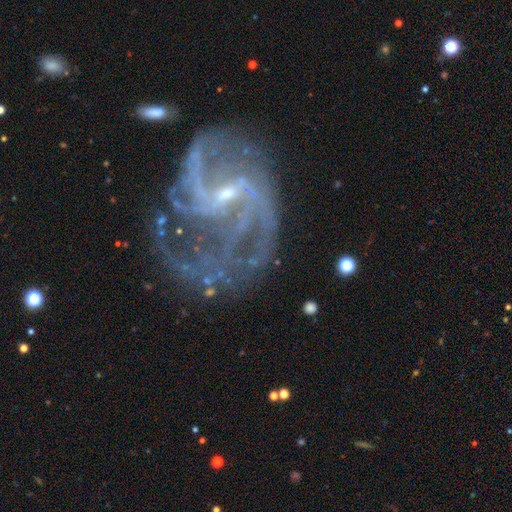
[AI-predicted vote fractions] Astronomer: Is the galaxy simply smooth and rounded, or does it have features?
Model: featured or disk — 90%.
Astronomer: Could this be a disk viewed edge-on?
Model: no — 98%.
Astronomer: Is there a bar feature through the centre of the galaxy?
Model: weak — 54%.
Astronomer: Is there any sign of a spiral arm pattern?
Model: yes — 95%.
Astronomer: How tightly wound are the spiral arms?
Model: medium — 46% (runner-up: loose, 36%).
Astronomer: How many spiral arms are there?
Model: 2 — 38% (runner-up: can't tell, 19%).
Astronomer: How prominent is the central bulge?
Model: small — 77%.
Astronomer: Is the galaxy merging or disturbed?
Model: none — 49% (runner-up: major disturbance, 27%).